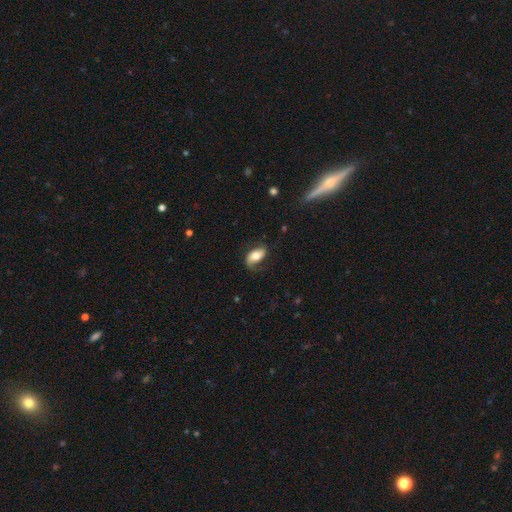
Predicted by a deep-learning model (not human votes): smooth-or-featured: smooth: 49% | featured or disk: 44% | star or artifact: 7%
  merging: none: 59% | minor disturbance: 25% | major disturbance: 15% | merger: 2%